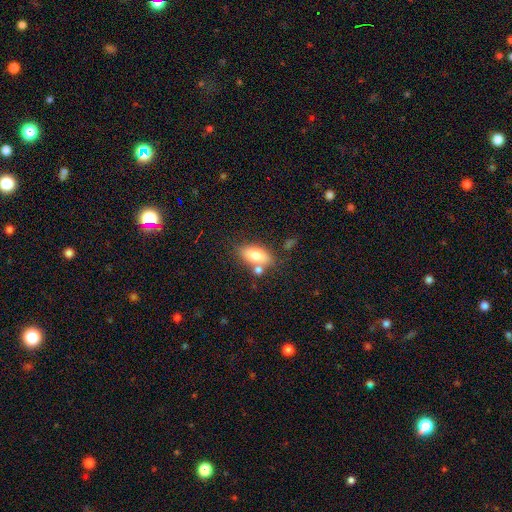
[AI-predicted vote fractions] Overall: smooth (75%). How rounded: in between (86%). Merging: none (62%).